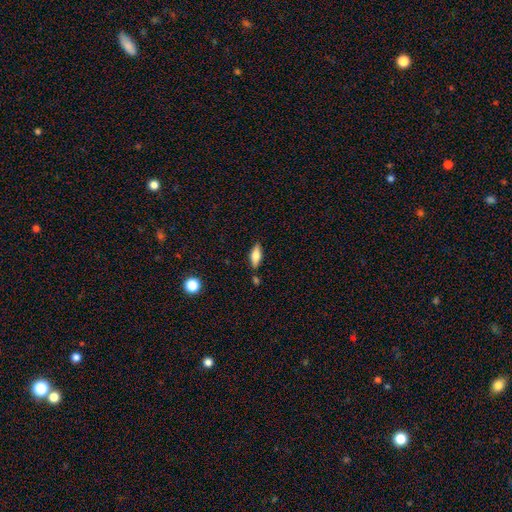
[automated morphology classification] smooth 68%, featured or disk 24%, star or artifact 7%. Down the decision tree: how rounded — in between (70%); merging — none (80%).